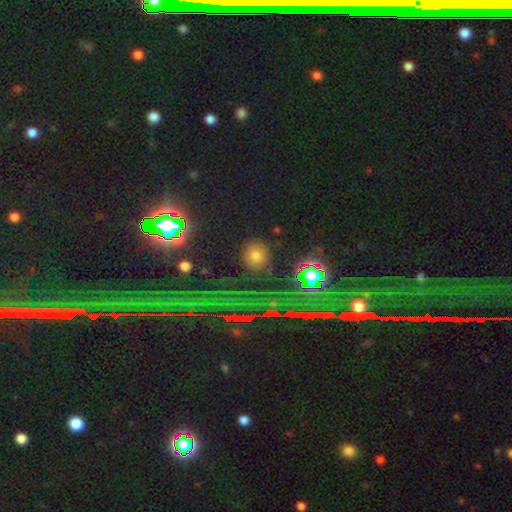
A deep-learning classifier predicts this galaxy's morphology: A smooth galaxy with no disk features (58%) that is round (84%). Merging: none (87%).